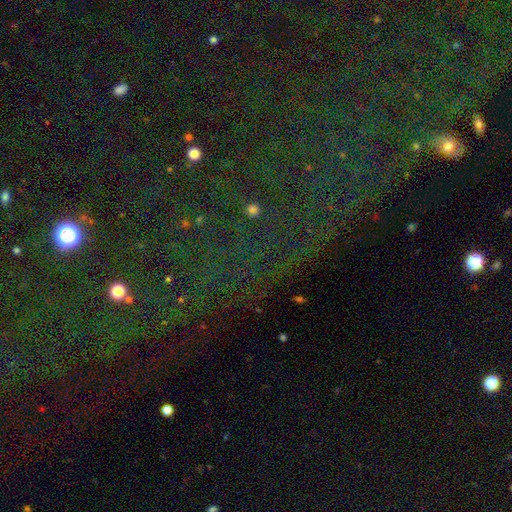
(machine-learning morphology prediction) Smooth or featured? Predicted: star or artifact (p=0.78).